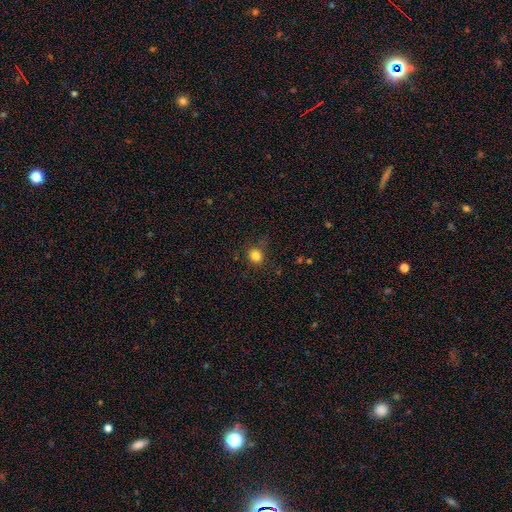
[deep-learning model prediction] smooth-or-featured: smooth: 82% | star or artifact: 13% | featured or disk: 5%
  how-rounded: round: 86% | in between: 13% | cigar-shaped: 1%
  merging: none: 83% | minor disturbance: 11% | major disturbance: 4% | merger: 1%